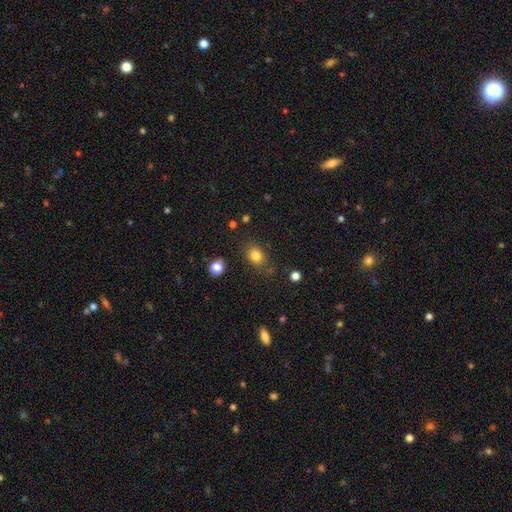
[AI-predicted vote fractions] smooth-or-featured: smooth: 82% | star or artifact: 11% | featured or disk: 6%
  how-rounded: in between: 54% | round: 45% | cigar-shaped: 1%
  merging: none: 78% | minor disturbance: 14% | major disturbance: 5% | merger: 4%